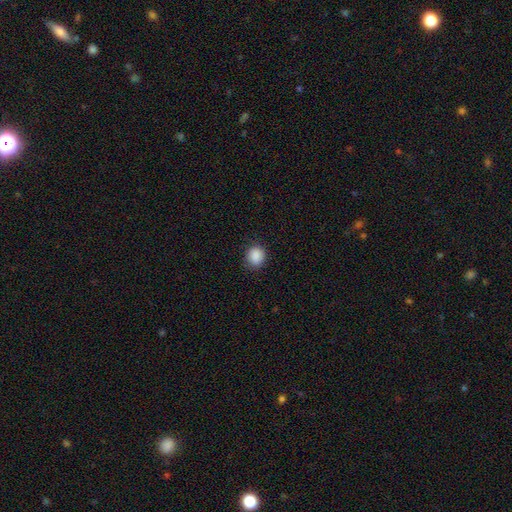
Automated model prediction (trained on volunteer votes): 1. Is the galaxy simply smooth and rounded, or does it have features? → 89% smooth, 8% star or artifact, 3% featured or disk.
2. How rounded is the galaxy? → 79% round, 20% in between, 1% cigar-shaped.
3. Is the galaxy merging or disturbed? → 85% none, 11% minor disturbance, 3% major disturbance, 1% merger.